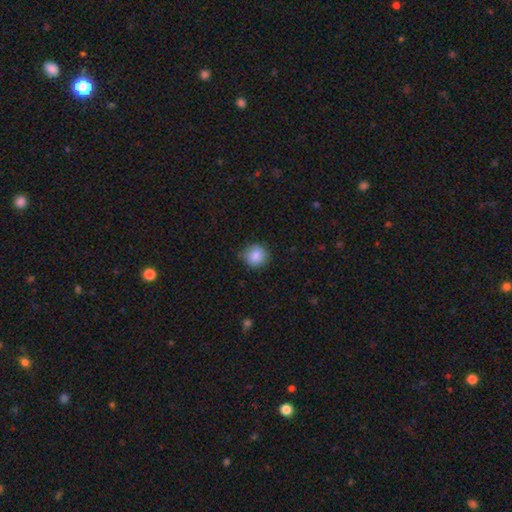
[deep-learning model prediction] smooth_or_featured: smooth (p=0.86) [alt: star or artifact p=0.08]
how_rounded: round (p=0.92) [alt: in between p=0.07]
merging: none (p=0.83) [alt: minor disturbance p=0.14]